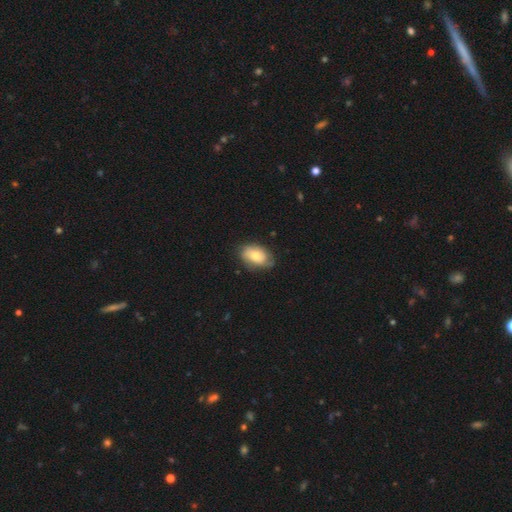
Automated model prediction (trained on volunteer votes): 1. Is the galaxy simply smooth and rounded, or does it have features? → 52% smooth, 41% featured or disk, 7% star or artifact.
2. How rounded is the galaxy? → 82% in between, 16% round, 1% cigar-shaped.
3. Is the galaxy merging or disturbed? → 66% none, 26% minor disturbance, 7% major disturbance, 1% merger.